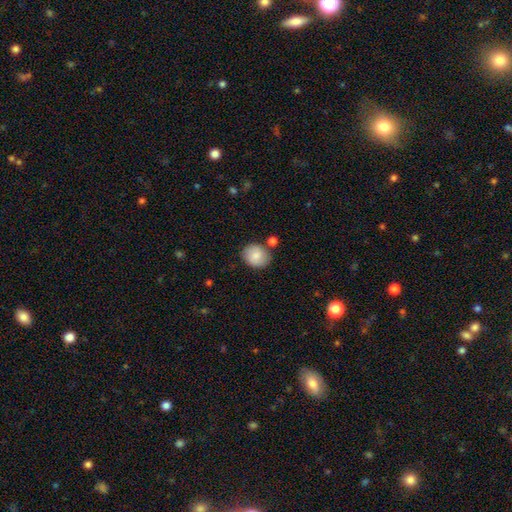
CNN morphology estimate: smooth-or-featured: smooth: 85% | featured or disk: 8% | star or artifact: 7%
  how-rounded: round: 65% | in between: 34% | cigar-shaped: 1%
  merging: none: 77% | minor disturbance: 13% | merger: 8% | major disturbance: 3%